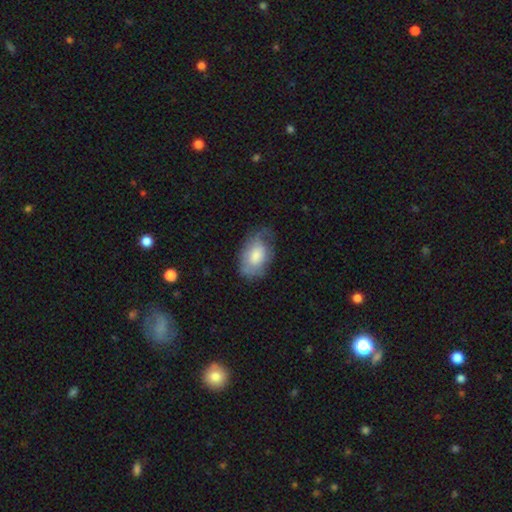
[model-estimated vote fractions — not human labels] A smooth galaxy with no disk features (65%) that is in between round and cigar-shaped (90%). Merging: none (46%).